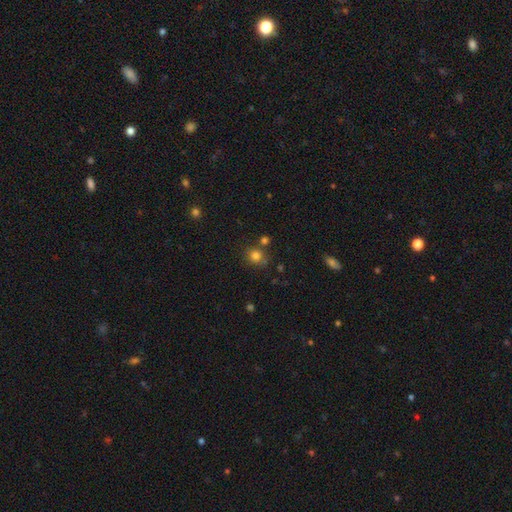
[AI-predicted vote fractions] Morphology: type=smooth (80%); roundness=round (84%); merging=none (71%).